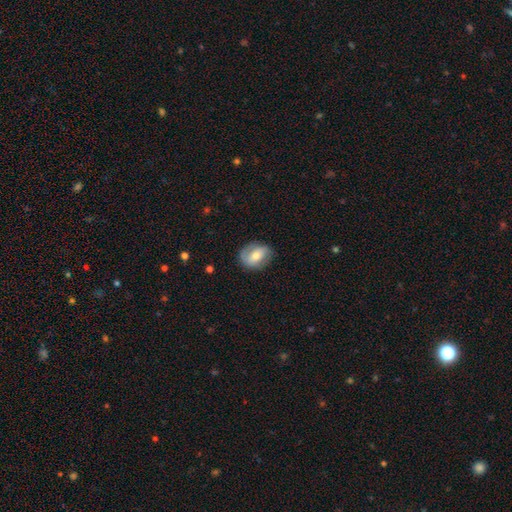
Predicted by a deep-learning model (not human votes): featured or disk 47%, smooth 46%, star or artifact 7%. Down the decision tree: merging — none (78%).